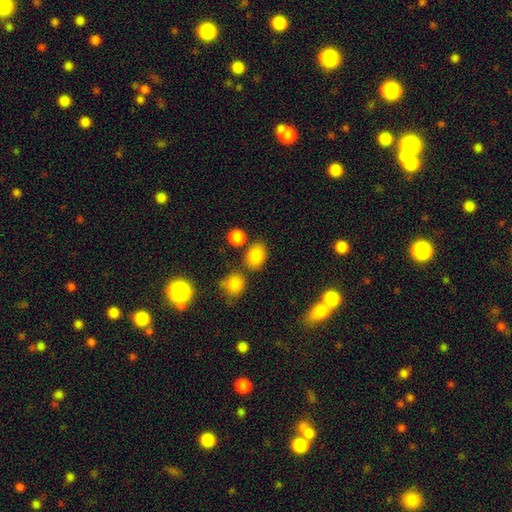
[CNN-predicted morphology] smooth-or-featured: smooth: 82% | star or artifact: 11% | featured or disk: 7%
  how-rounded: in between: 56% | round: 42% | cigar-shaped: 1%
  merging: none: 72% | minor disturbance: 12% | merger: 12% | major disturbance: 4%